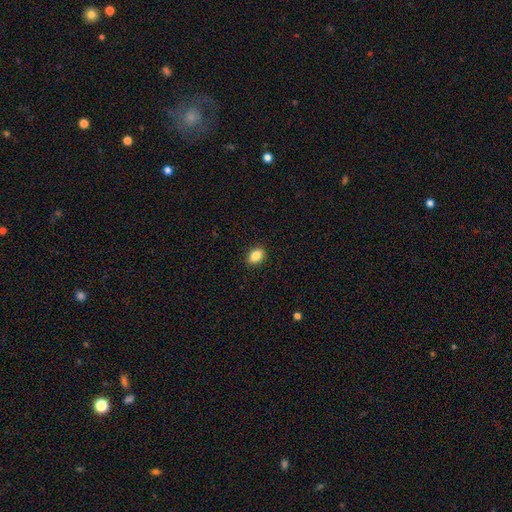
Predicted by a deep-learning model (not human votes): The model was most divided on "how rounded": in between: 74%, round: 25%, cigar-shaped: 2%. More confident: merging — none (89%); smooth or featured — smooth (86%).